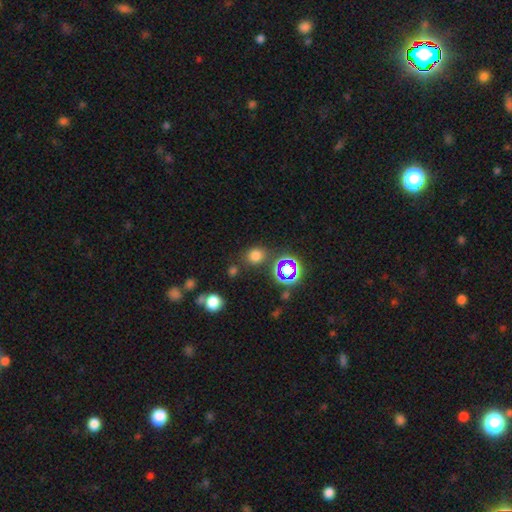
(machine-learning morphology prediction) Smooth or featured: smooth — 70% (star or artifact — 24%)
How rounded: round — 72% (in between — 27%)
Merging: none — 78% (minor disturbance — 11%)